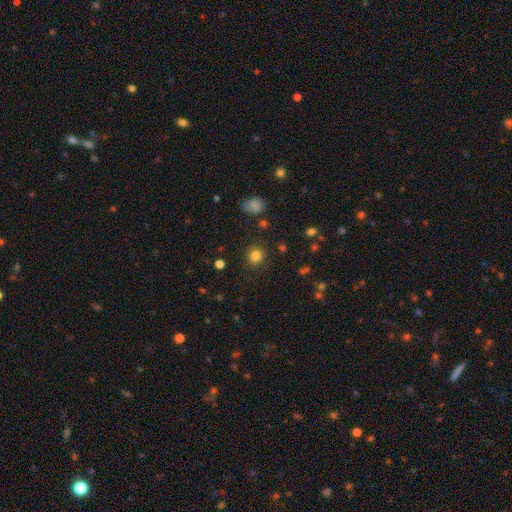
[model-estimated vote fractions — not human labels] This is clearly a smooth galaxy (82%). How rounded: clearly round (83%). Merging: clearly none (88%).